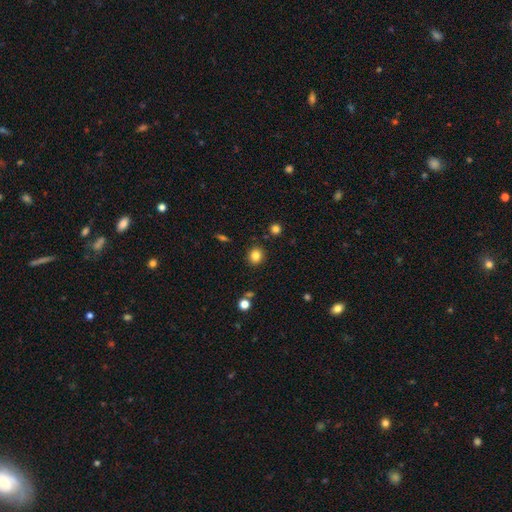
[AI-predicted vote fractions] Smooth or featured: smooth — 82% (star or artifact — 12%)
How rounded: round — 80% (in between — 19%)
Merging: none — 88% (minor disturbance — 7%)